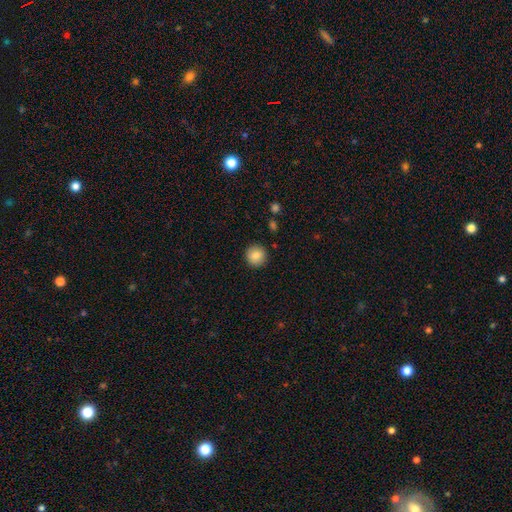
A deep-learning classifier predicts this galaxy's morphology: A smooth galaxy with no disk features (86%) that is round (94%).

Vote fractions:
- Smooth or featured? smooth: 86% / star or artifact: 8% / featured or disk: 6%
- How rounded? round: 94% / in between: 5% / cigar-shaped: 1%
- Merging? none: 91% / minor disturbance: 6% / major disturbance: 2% / merger: 1%